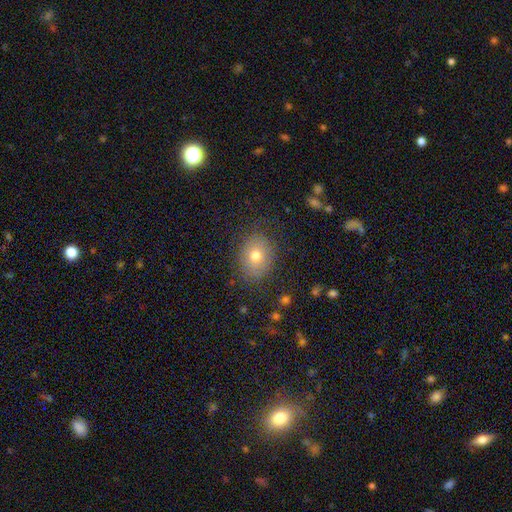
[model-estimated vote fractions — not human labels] Morphology: type=smooth (73%); roundness=in between (53%); merging=none (80%).